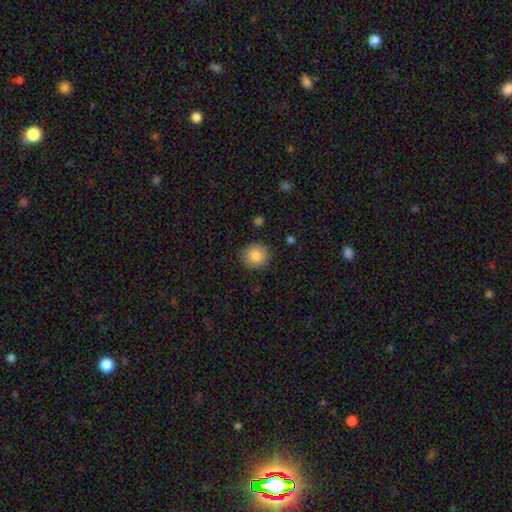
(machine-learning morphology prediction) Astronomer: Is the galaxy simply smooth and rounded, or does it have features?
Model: smooth — 86%.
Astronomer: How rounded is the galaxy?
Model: round — 90%.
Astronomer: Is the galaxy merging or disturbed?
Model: none — 90%.